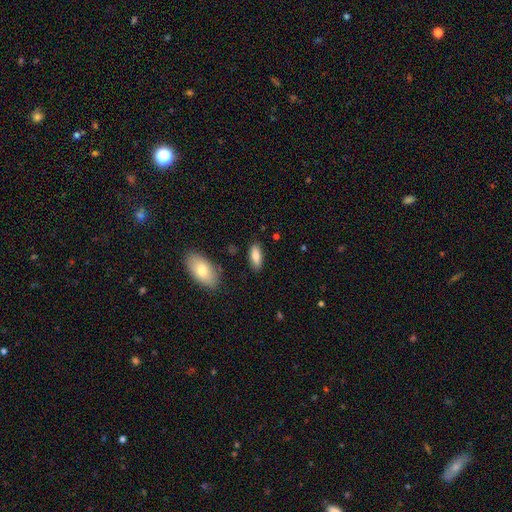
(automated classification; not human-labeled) Smooth or featured? smooth (77%)
How rounded? in between (77%)
Merging? none (85%)